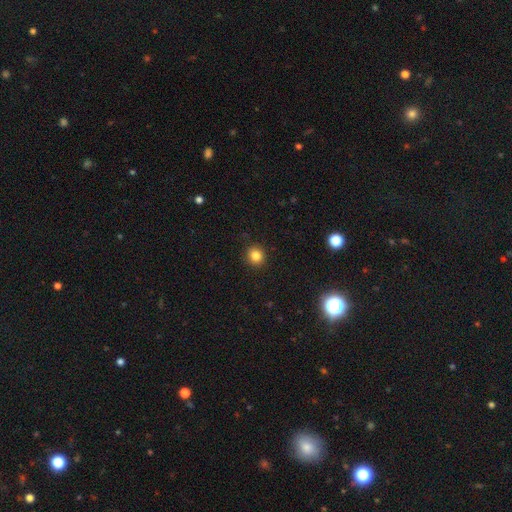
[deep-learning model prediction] This is clearly a smooth galaxy (83%). How rounded: clearly round (89%). Merging: clearly none (92%).